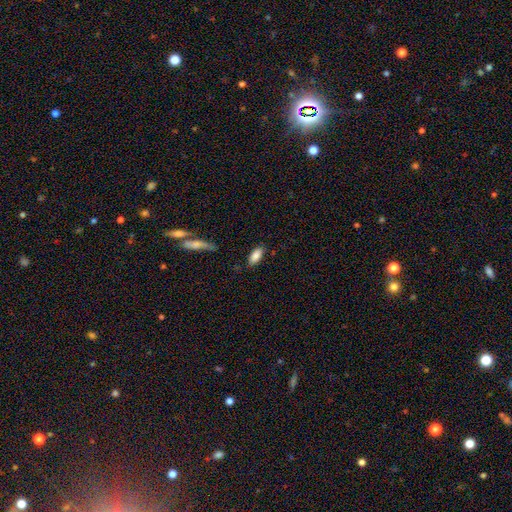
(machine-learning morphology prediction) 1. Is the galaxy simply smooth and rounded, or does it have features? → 86% smooth, 8% featured or disk, 7% star or artifact.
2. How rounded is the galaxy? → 86% in between, 12% cigar-shaped, 2% round.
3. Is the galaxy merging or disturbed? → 82% none, 13% minor disturbance, 3% major disturbance, 2% merger.